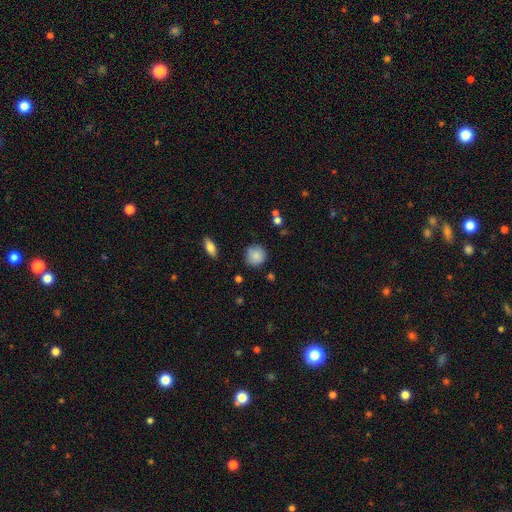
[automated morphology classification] type=smooth (85%); roundness=round (91%); merging=none (81%).